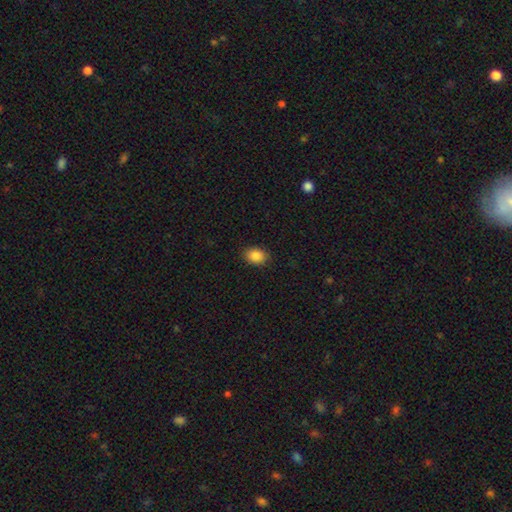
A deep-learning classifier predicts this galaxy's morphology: Smooth or featured: smooth — 87% (star or artifact — 9%)
How rounded: in between — 72% (round — 27%)
Merging: none — 88% (minor disturbance — 9%)